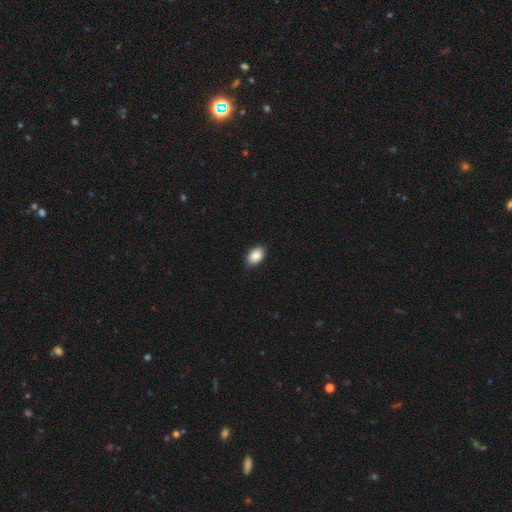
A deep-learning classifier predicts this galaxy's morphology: smooth_or_featured: smooth (p=0.88) [alt: star or artifact p=0.07]
how_rounded: in between (p=0.88) [alt: round p=0.11]
merging: none (p=0.87) [alt: minor disturbance p=0.10]